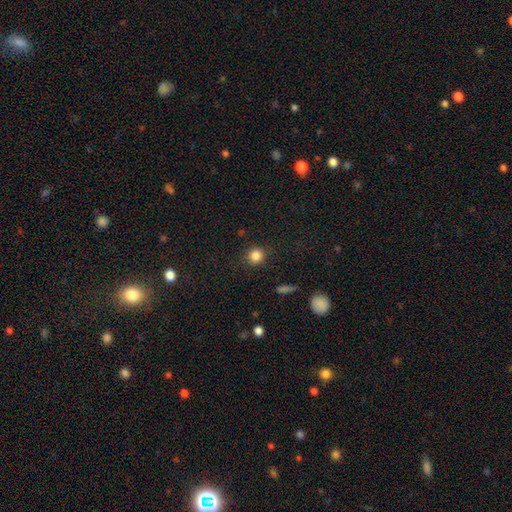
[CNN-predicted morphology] Q: Smooth or featured?
A: smooth (84%); runner-up: star or artifact (11%)
Q: How rounded?
A: round (88%); runner-up: in between (11%)
Q: Merging?
A: none (86%); runner-up: minor disturbance (9%)